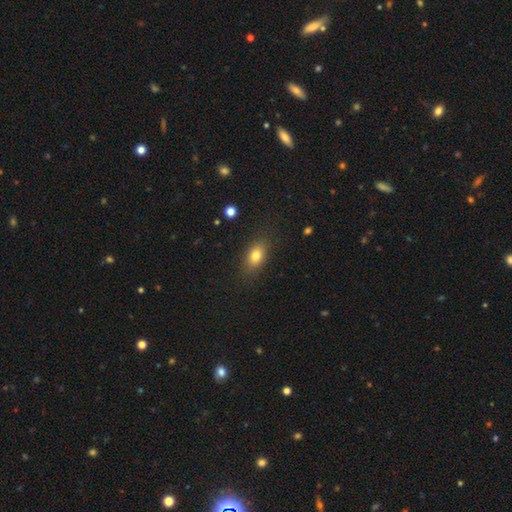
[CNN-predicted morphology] smooth_or_featured: smooth (p=0.80) [alt: featured or disk p=0.10]
how_rounded: in between (p=0.82) [alt: round p=0.13]
merging: none (p=0.83) [alt: minor disturbance p=0.12]